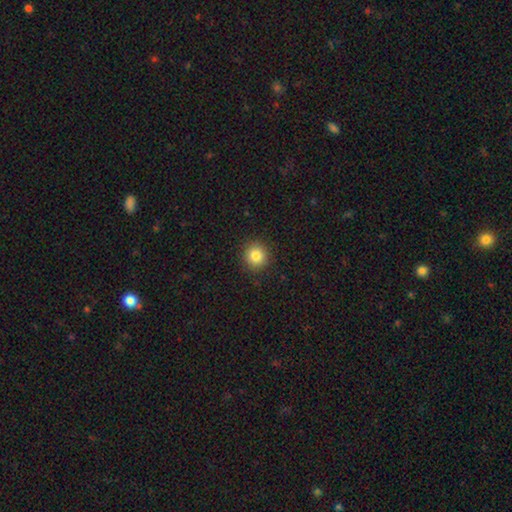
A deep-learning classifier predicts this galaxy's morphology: Q: Smooth or featured?
A: smooth (83%); runner-up: star or artifact (11%)
Q: How rounded?
A: round (93%); runner-up: in between (6%)
Q: Merging?
A: none (91%); runner-up: minor disturbance (6%)